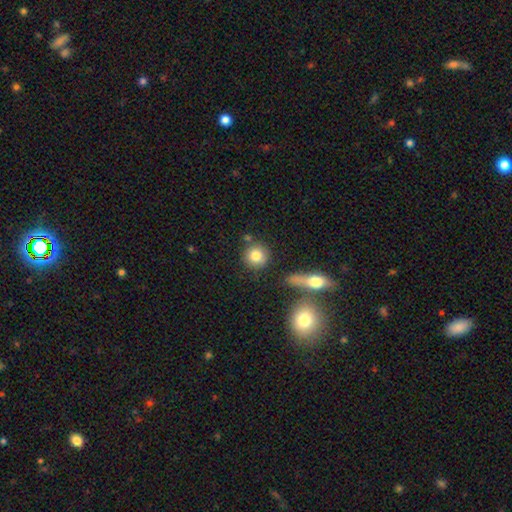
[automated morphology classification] Overall: smooth (81%). How rounded: round (91%). Merging: none (77%).